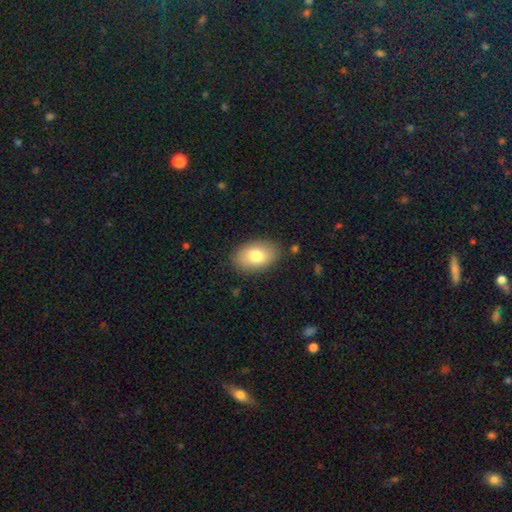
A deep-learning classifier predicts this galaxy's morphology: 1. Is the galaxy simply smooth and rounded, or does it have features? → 78% smooth, 15% featured or disk, 7% star or artifact.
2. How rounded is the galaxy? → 88% in between, 11% round, 1% cigar-shaped.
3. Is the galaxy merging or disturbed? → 86% none, 10% minor disturbance, 3% major disturbance, 1% merger.